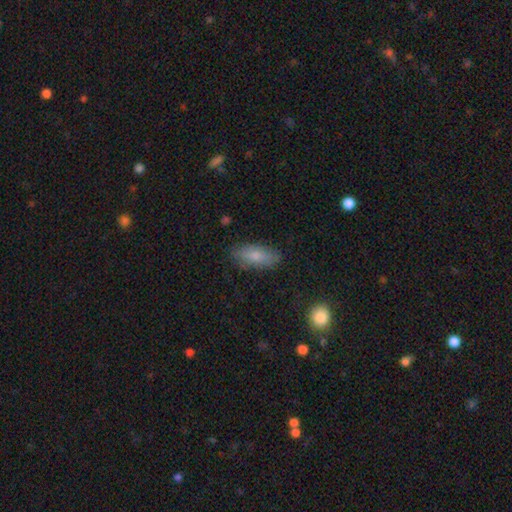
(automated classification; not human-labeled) The model was most divided on "smooth or featured": smooth: 78%, featured or disk: 16%, star or artifact: 7%. More confident: merging — none (82%); how rounded — in between (80%).